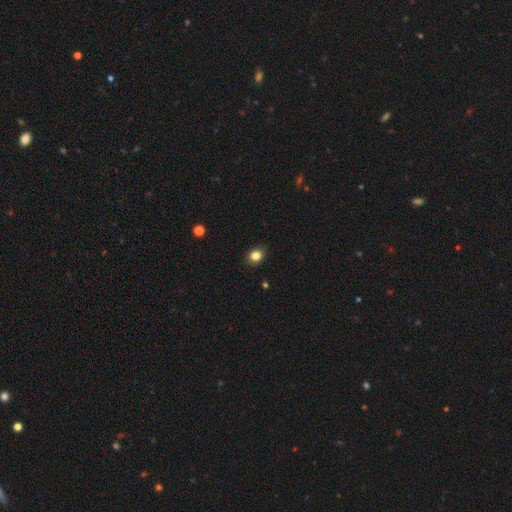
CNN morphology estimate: Overall: smooth (83%). How rounded: round (57%; in between 42%). Merging: none (88%).